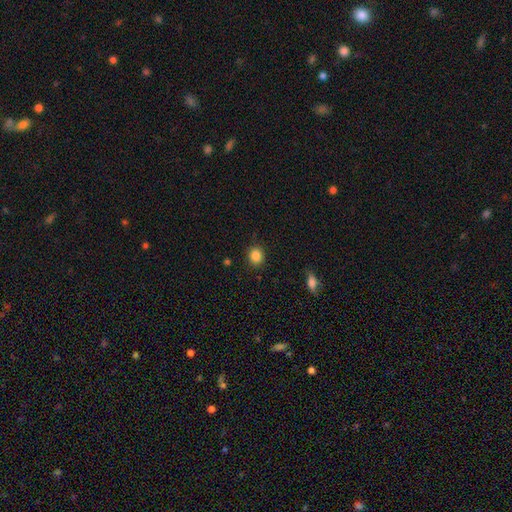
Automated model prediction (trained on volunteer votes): Smooth or featured? Predicted: smooth (p=0.86). How rounded? Predicted: round (p=0.79). Merging? Predicted: none (p=0.88).